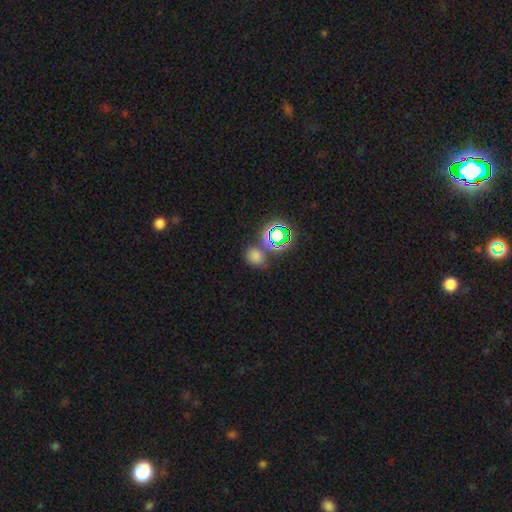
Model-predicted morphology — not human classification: A smooth galaxy with no disk features (63%) that is round (62%). Merging: none (70%).